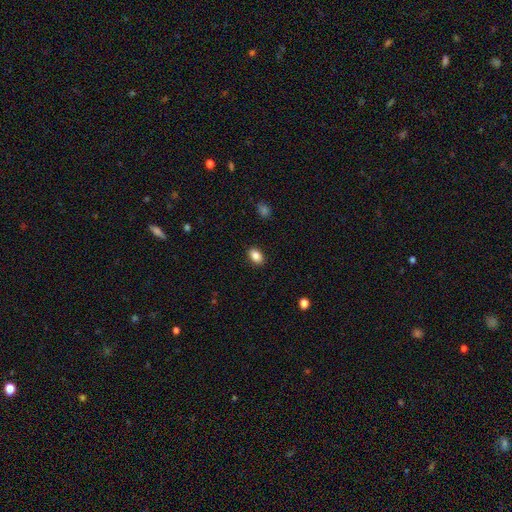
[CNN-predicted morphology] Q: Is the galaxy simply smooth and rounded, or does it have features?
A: smooth — 86%.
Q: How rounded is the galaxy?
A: in between — 85%.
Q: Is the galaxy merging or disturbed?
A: none — 89%.